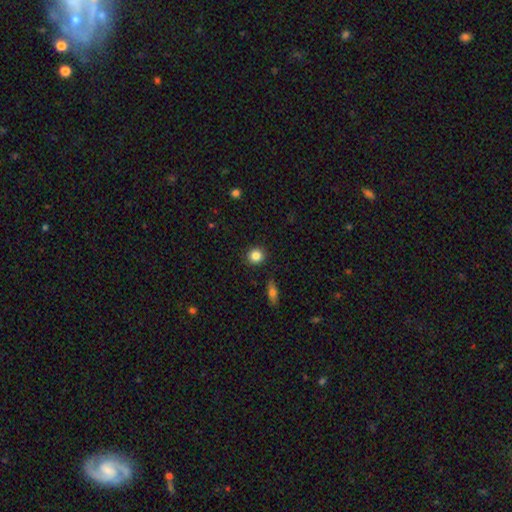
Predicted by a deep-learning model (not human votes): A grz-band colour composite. It shows a smooth galaxy with no disk features (85%) that is round (91%). Merging: none (91%).